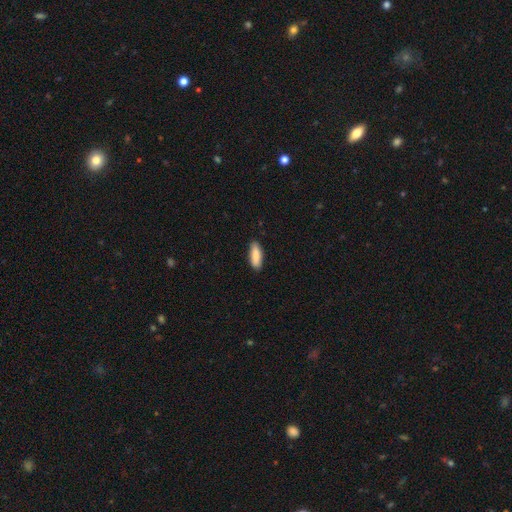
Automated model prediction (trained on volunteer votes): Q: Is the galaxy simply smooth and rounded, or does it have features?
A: smooth — 89%.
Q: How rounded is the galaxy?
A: in between — 63%.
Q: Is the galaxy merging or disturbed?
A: none — 88%.